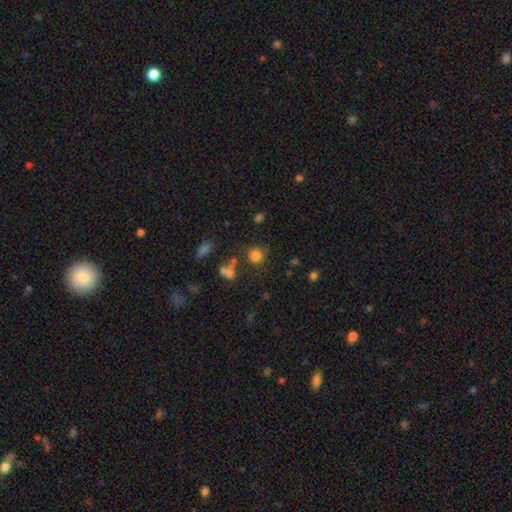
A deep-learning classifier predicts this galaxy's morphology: type=smooth (78%); roundness=round (89%); merging=none (74%).